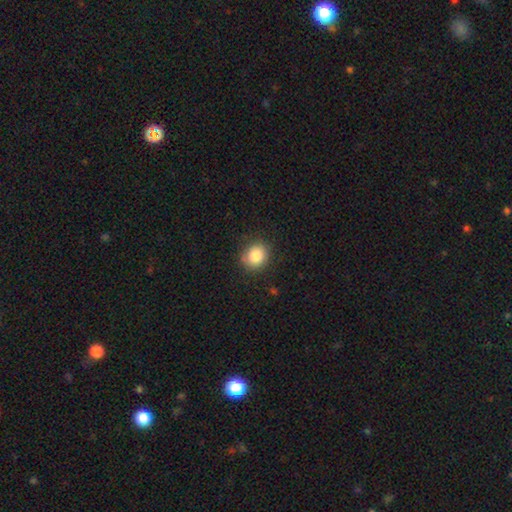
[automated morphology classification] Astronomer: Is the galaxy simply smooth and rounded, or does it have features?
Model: smooth — 86%.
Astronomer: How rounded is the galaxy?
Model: round — 68%.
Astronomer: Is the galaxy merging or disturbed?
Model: none — 83%.